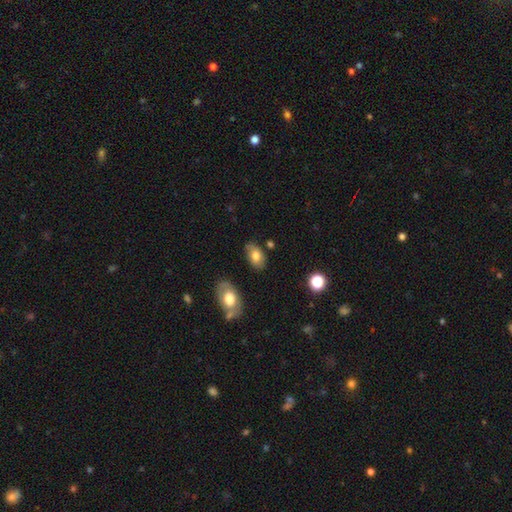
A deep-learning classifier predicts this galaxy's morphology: This appears to be a smooth galaxy with no disk features (74%) that is in between round and cigar-shaped (91%). Merging: none (78%).